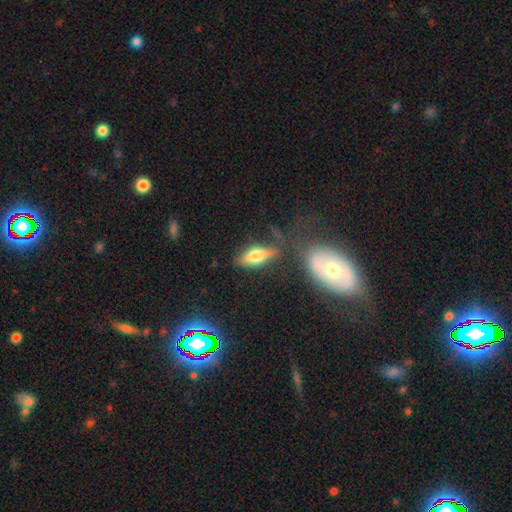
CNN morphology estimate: Smooth or featured? smooth (57%)
How rounded? in between (67%)
Merging? none (64%)